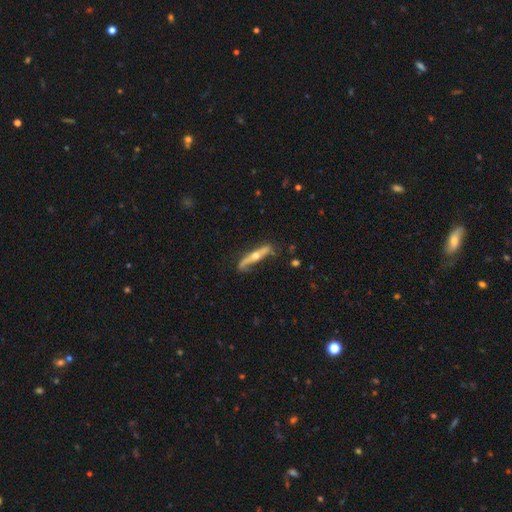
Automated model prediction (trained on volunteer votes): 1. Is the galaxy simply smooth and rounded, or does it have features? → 66% featured or disk, 28% smooth, 5% star or artifact.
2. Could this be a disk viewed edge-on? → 85% yes, 15% no.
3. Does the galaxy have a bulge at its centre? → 93% rounded, 5% none, 2% boxy.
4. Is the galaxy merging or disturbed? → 72% none, 20% minor disturbance, 5% major disturbance, 2% merger.